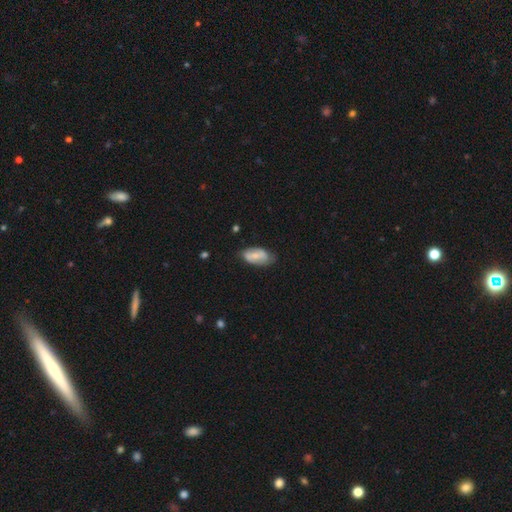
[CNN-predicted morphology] smooth 53%, featured or disk 41%, star or artifact 6%. Down the decision tree: how rounded — in between (92%); merging — none (67%).